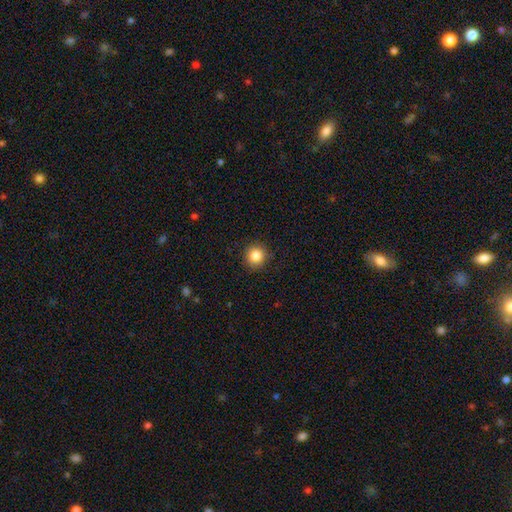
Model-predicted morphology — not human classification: type=smooth (85%); roundness=round (93%); merging=none (91%).